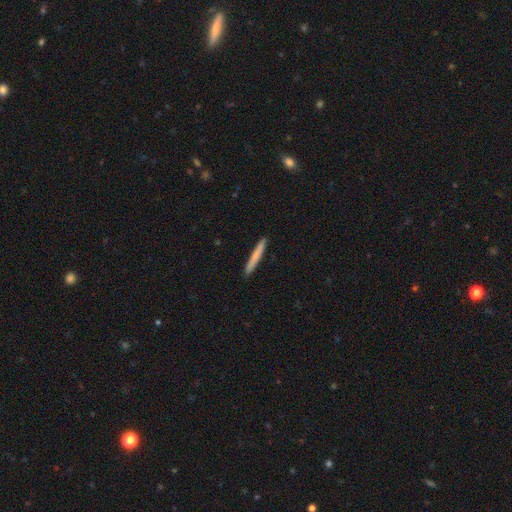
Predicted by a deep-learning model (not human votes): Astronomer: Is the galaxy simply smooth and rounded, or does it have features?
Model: smooth — 72%.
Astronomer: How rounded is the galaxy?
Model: cigar-shaped — 97%.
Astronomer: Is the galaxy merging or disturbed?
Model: none — 93%.